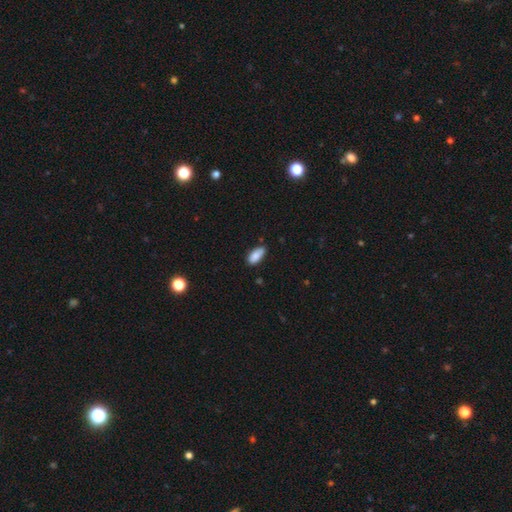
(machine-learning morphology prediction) Smooth or featured?
  - smooth: 87% *
  - star or artifact: 7%
  - featured or disk: 6%
How rounded?
  - in between: 88% *
  - cigar-shaped: 10%
  - round: 2%
Merging?
  - none: 68% *
  - minor disturbance: 26%
  - major disturbance: 4%
  - merger: 2%